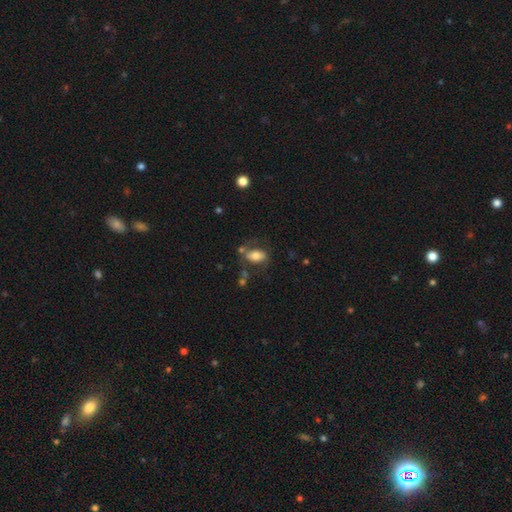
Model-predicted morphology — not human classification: This is likely a smooth galaxy (68%). How rounded: clearly in between (87%). Merging: possibly none (55%).